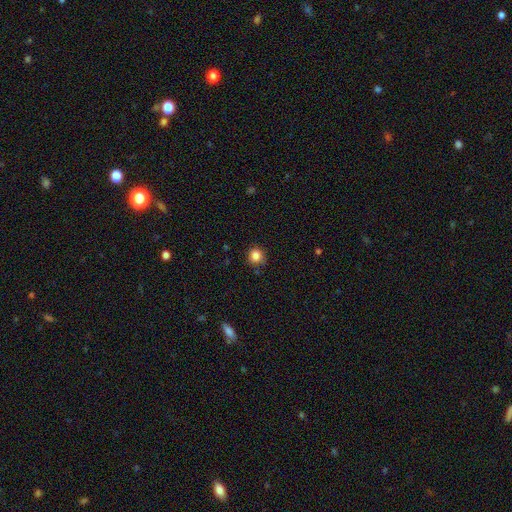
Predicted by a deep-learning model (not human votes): Smooth or featured?
  - smooth: 84% *
  - star or artifact: 11%
  - featured or disk: 5%
How rounded?
  - round: 90% *
  - in between: 10%
  - cigar-shaped: 1%
Merging?
  - none: 84% *
  - minor disturbance: 11%
  - major disturbance: 2%
  - merger: 2%